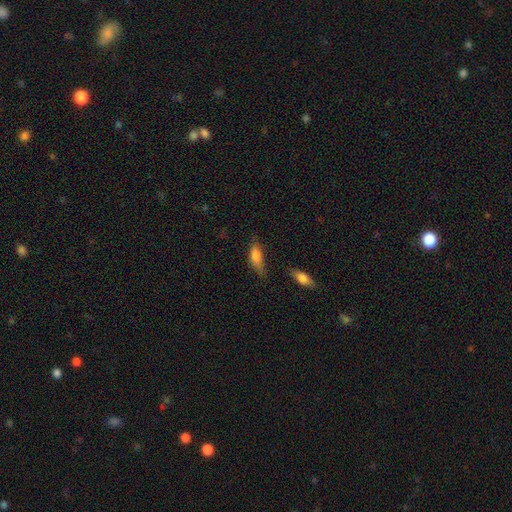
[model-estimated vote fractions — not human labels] A smooth galaxy with no disk features (77%) that is in between round and cigar-shaped (66%). Merging: none (55%).